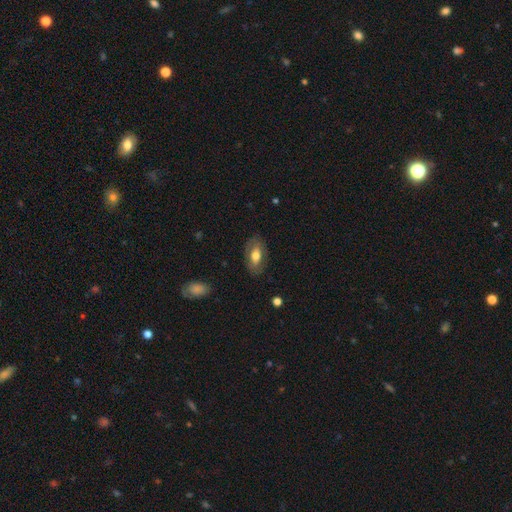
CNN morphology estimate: Smooth or featured: smooth — 58% (featured or disk — 35%)
How rounded: in between — 90% (round — 6%)
Merging: none — 80% (minor disturbance — 14%)